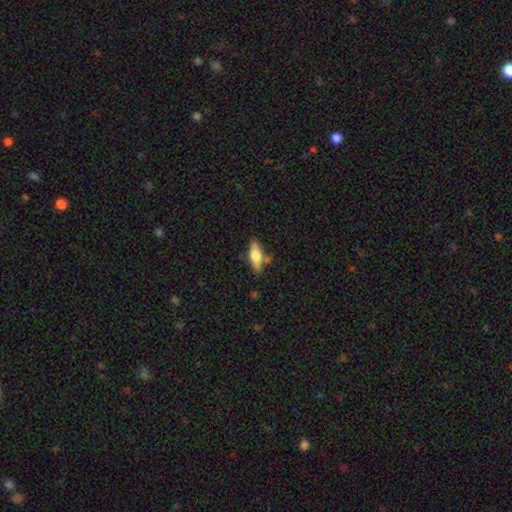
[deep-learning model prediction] Overall: smooth (56%; featured or disk 37%). How rounded: in between (61%; cigar-shaped 35%). Merging: none (79%).